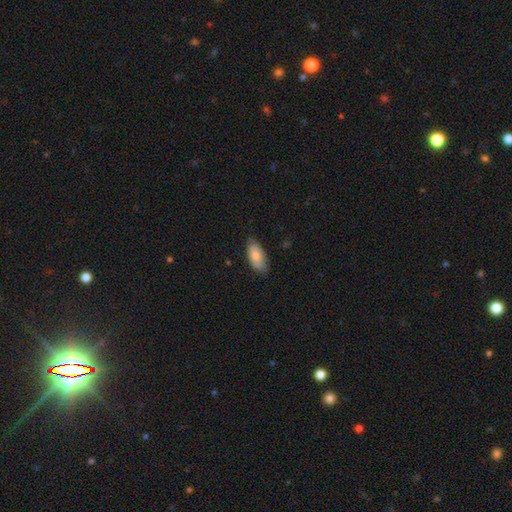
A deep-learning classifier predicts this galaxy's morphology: Smooth or featured? Predicted: smooth (p=0.79). How rounded? Predicted: in between (p=0.90). Merging? Predicted: none (p=0.74).